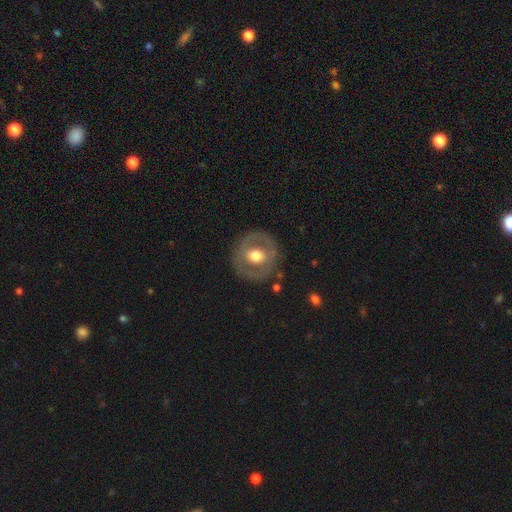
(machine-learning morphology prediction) Smooth or featured? Predicted: featured or disk (p=0.50). Edge-on disk? Predicted: no (p=0.95). Merging? Predicted: none (p=0.82).